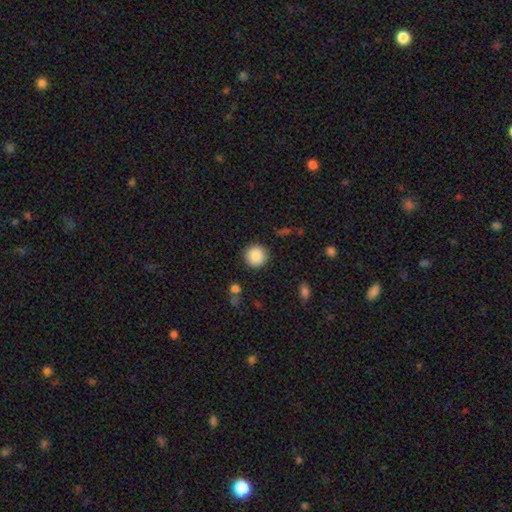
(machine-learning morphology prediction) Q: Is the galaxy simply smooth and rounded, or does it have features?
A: smooth — 88%.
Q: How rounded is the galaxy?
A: round — 95%.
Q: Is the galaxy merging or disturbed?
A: none — 91%.